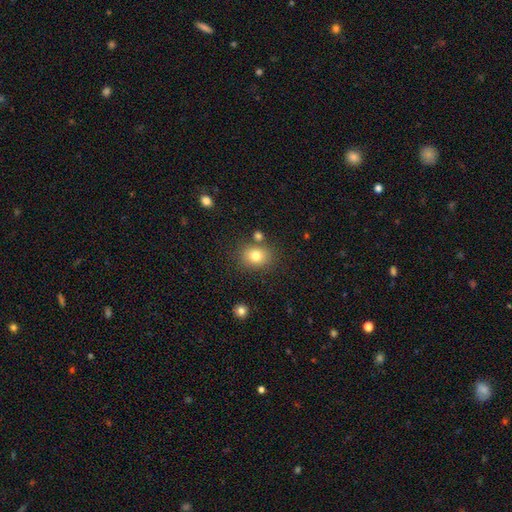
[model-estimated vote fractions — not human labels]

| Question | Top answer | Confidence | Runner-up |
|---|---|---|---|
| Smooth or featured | smooth | 78% | star or artifact (12%) |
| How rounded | round | 55% | in between (44%) |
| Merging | none | 76% | minor disturbance (11%) |